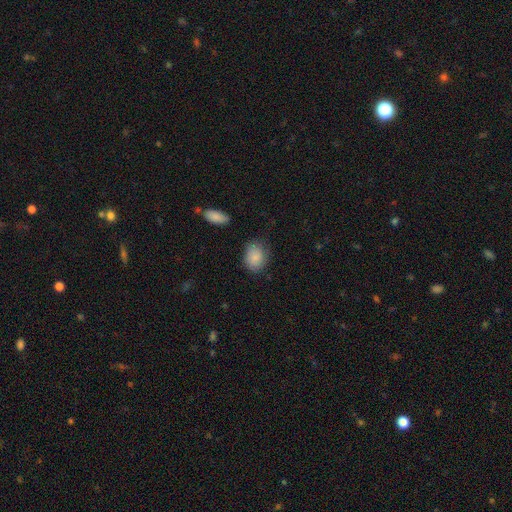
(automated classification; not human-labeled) A smooth galaxy with no disk features (87%) that is in between round and cigar-shaped (62%).

Vote fractions:
- Smooth or featured? smooth: 87% / star or artifact: 7% / featured or disk: 6%
- How rounded? in between: 62% / round: 37% / cigar-shaped: 1%
- Merging? none: 75% / minor disturbance: 19% / major disturbance: 5% / merger: 2%